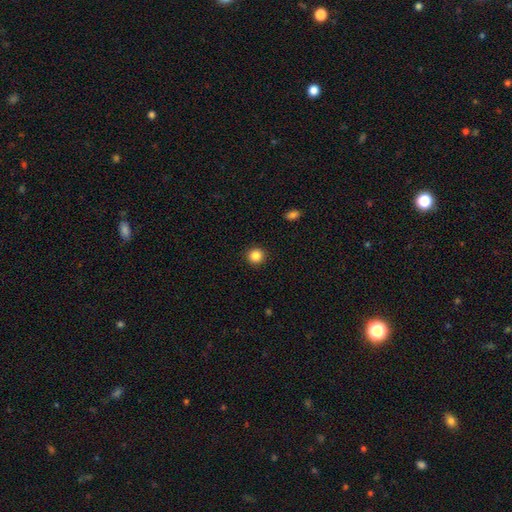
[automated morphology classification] This is clearly a smooth galaxy (86%). How rounded: clearly round (93%). Merging: clearly none (92%).